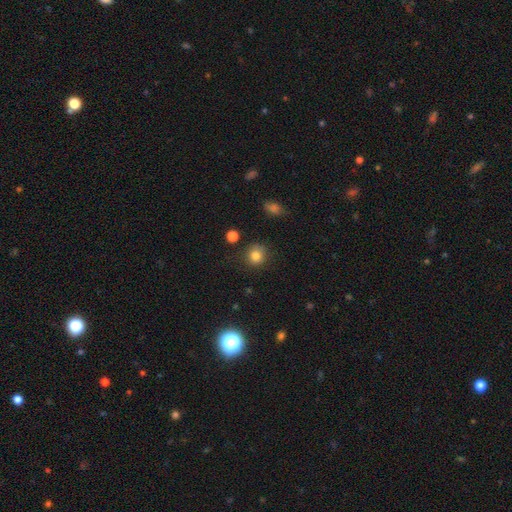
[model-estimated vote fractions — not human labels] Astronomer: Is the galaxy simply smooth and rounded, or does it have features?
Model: smooth — 82%.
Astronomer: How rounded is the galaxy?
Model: round — 87%.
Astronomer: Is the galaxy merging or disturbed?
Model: none — 82%.